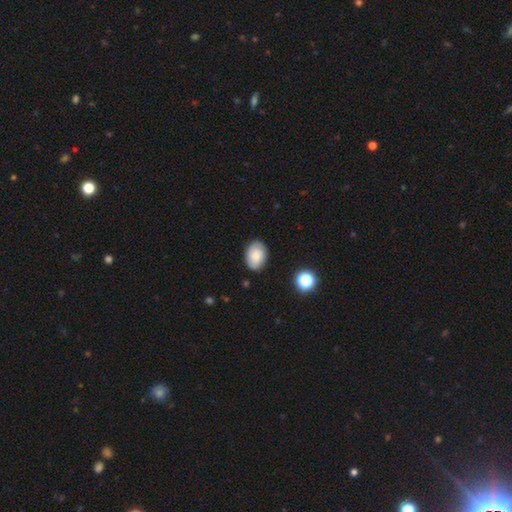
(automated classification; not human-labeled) Q: Smooth or featured?
A: smooth (72%); runner-up: featured or disk (19%)
Q: How rounded?
A: in between (81%); runner-up: round (18%)
Q: Merging?
A: none (82%); runner-up: minor disturbance (14%)